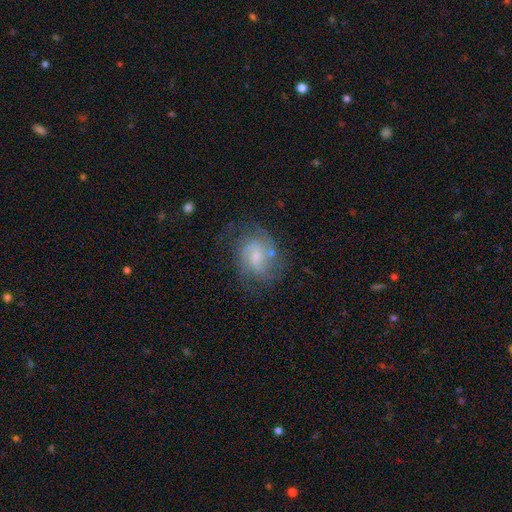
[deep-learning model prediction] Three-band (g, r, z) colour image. It shows a featured or disk galaxy (70%) with no bar (51%), 2 (40%) medium (44%) spiral arms (89%) and a small central bulge (61%). Merging: none (62%).